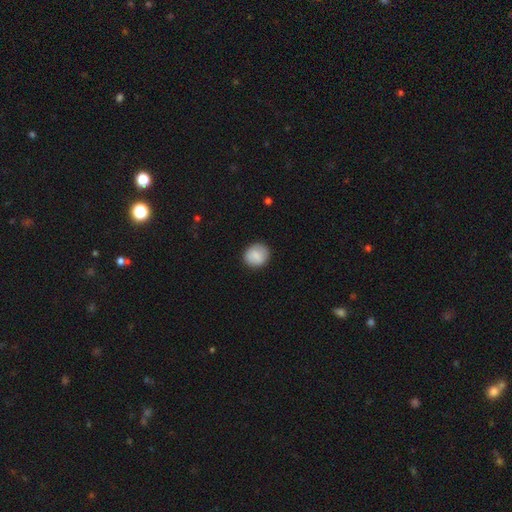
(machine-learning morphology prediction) The model was most divided on "how rounded": round: 85%, in between: 14%, cigar-shaped: 1%. More confident: merging — none (88%); smooth or featured — smooth (84%).